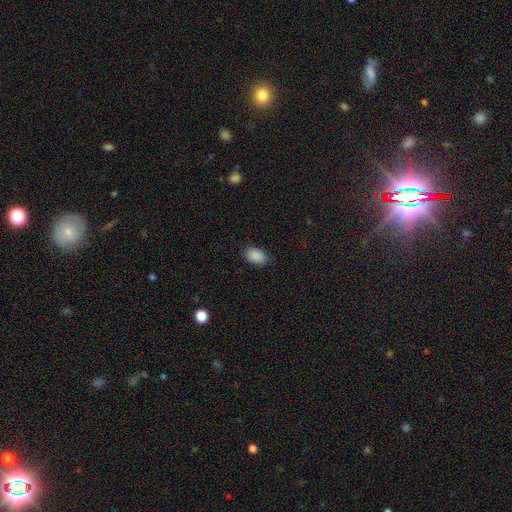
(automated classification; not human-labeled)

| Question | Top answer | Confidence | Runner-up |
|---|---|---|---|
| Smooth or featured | smooth | 89% | star or artifact (8%) |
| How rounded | in between | 90% | round (9%) |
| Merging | none | 86% | minor disturbance (10%) |